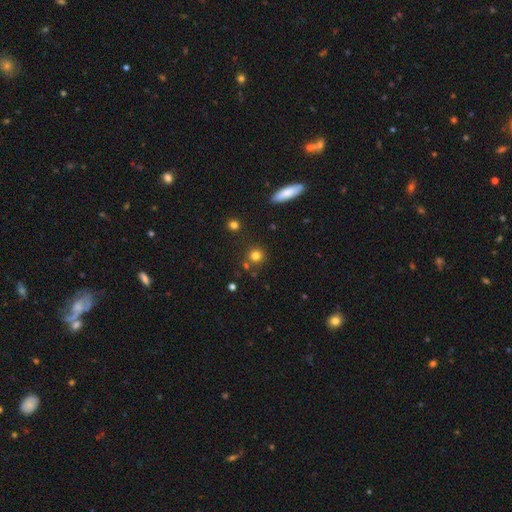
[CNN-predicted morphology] Overall: smooth (77%). How rounded: round (90%). Merging: none (79%).